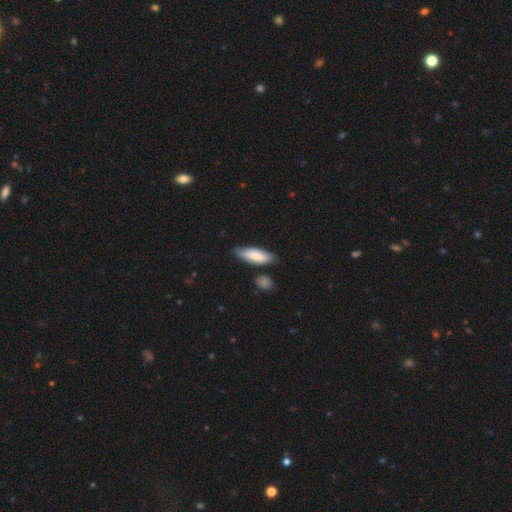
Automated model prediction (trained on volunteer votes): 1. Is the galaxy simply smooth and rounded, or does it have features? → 79% smooth, 15% featured or disk, 6% star or artifact.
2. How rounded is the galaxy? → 56% in between, 42% cigar-shaped, 2% round.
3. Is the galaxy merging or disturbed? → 78% none, 15% minor disturbance, 4% merger, 3% major disturbance.